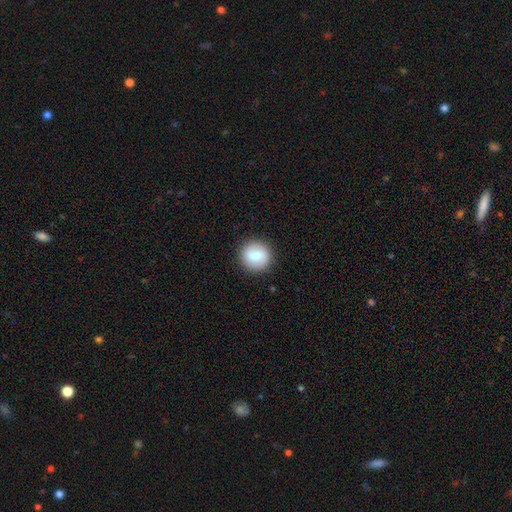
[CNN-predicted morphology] A smooth galaxy with no disk features (71%) that is round (92%). Merging: none (89%).